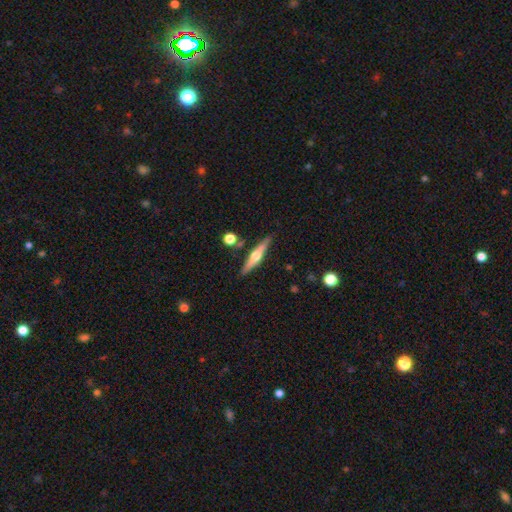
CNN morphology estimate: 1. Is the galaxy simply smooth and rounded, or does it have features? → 67% featured or disk, 27% smooth, 6% star or artifact.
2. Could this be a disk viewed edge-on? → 97% yes, 3% no.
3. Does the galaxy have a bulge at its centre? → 94% rounded, 3% boxy, 3% none.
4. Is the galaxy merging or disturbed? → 85% none, 9% minor disturbance, 4% merger, 2% major disturbance.